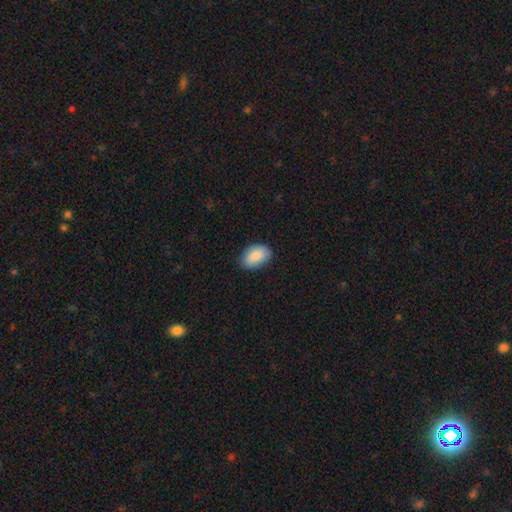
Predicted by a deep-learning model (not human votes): smooth_or_featured: smooth (p=0.88) [alt: star or artifact p=0.06]
how_rounded: in between (p=0.91) [alt: round p=0.07]
merging: none (p=0.83) [alt: minor disturbance p=0.13]